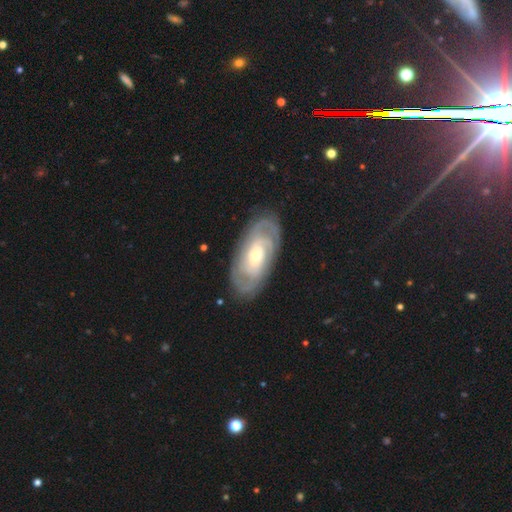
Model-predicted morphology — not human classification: The model was most divided on "spiral arm count": can't tell: 38%, 2: 28%, 3: 16%, 4: 8%, more than 4: 5%, 1: 5%. More confident: edge-on disk — no (94%); spiral arms — yes (92%); smooth or featured — featured or disk (82%); merging — none (82%); spiral winding — tight (74%); bar — no (72%); bulge size — small (55%).